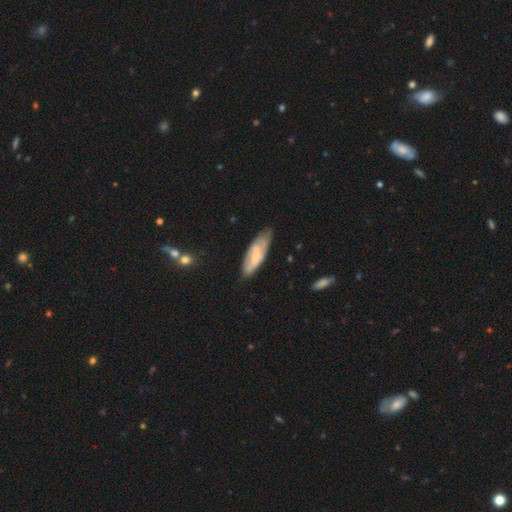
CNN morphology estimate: The model was most divided on "smooth or featured": featured or disk: 54%, smooth: 40%, star or artifact: 6%. More confident: edge-on disk — no (80%); merging — none (62%).